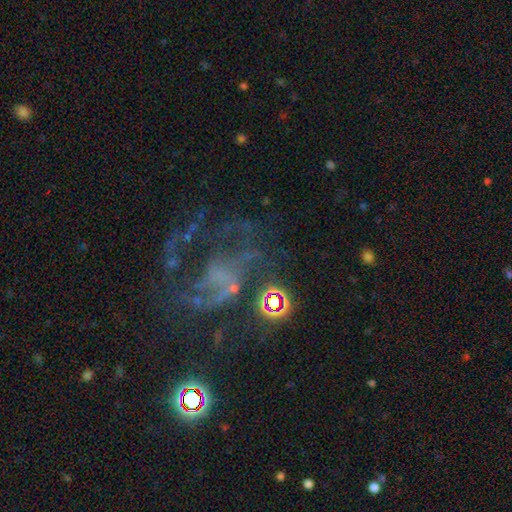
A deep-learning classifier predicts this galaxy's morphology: featured or disk 65%, star or artifact 25%, smooth 10%. Down the decision tree: edge-on disk — no (98%); bar — no (66%); spiral arms — yes (72%); bulge size — none (63%); merging — none (41%).